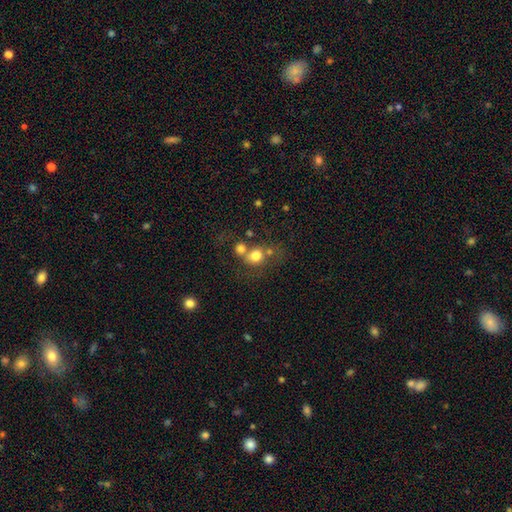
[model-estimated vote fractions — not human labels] This is likely a smooth galaxy (74%). How rounded: likely round (76%). Merging: marginally merger (44%).